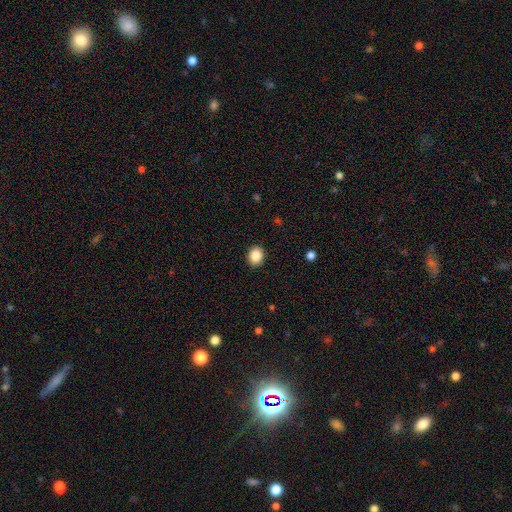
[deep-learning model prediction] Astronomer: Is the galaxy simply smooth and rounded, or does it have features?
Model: smooth — 86%.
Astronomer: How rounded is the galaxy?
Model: round — 61% (runner-up: in between, 38%).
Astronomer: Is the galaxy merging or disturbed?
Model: none — 91%.